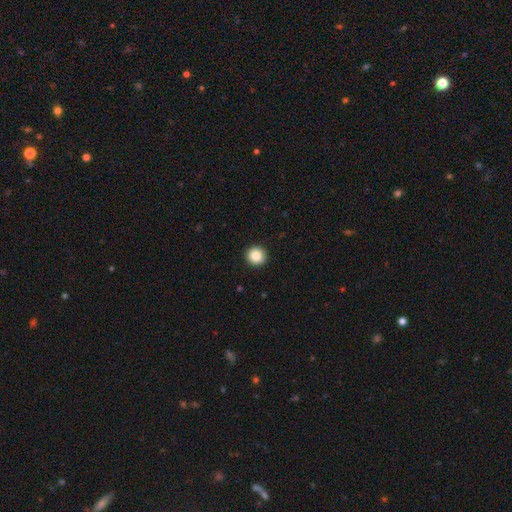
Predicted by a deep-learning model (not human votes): Smooth or featured: smooth — 87% (star or artifact — 9%)
How rounded: round — 95% (in between — 4%)
Merging: none — 93% (minor disturbance — 4%)